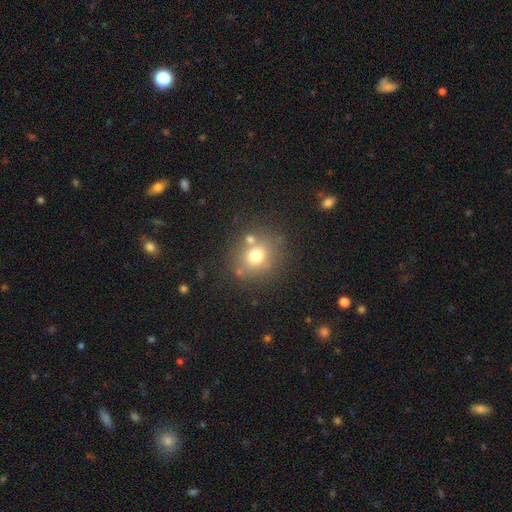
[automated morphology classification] Q: Smooth or featured?
A: smooth (71%); runner-up: star or artifact (15%)
Q: How rounded?
A: round (77%); runner-up: in between (23%)
Q: Merging?
A: none (68%); runner-up: merger (14%)